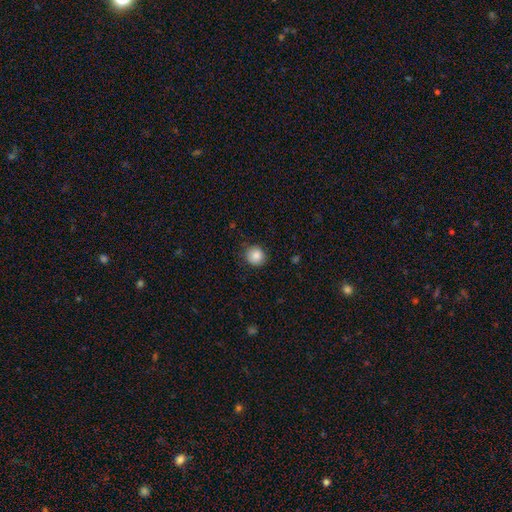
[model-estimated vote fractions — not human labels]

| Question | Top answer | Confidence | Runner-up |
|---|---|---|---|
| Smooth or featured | smooth | 86% | star or artifact (9%) |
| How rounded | round | 90% | in between (9%) |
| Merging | none | 84% | minor disturbance (12%) |